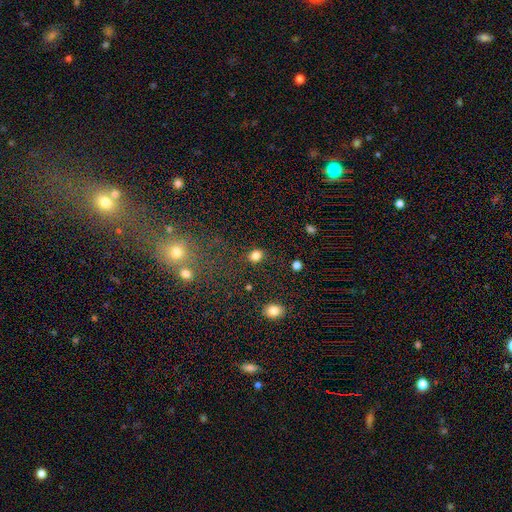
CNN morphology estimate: Smooth or featured? smooth (83%)
How rounded? round (59%)
Merging? none (83%)